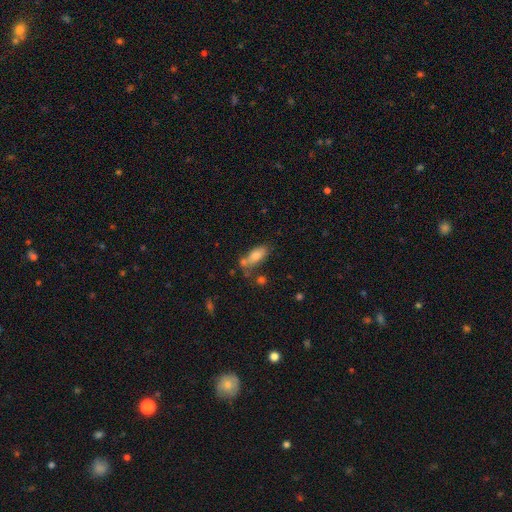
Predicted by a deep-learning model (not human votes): Smooth or featured? Predicted: smooth (p=0.75). How rounded? Predicted: in between (p=0.81). Merging? Predicted: none (p=0.42).